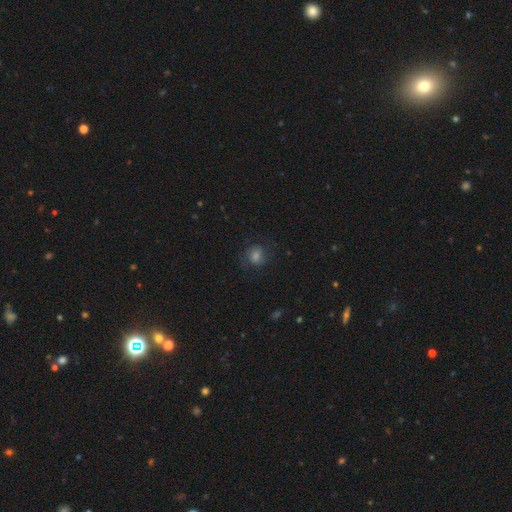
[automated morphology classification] This appears to be a smooth galaxy with no disk features (58%) that is round (77%). Merging: none (75%).